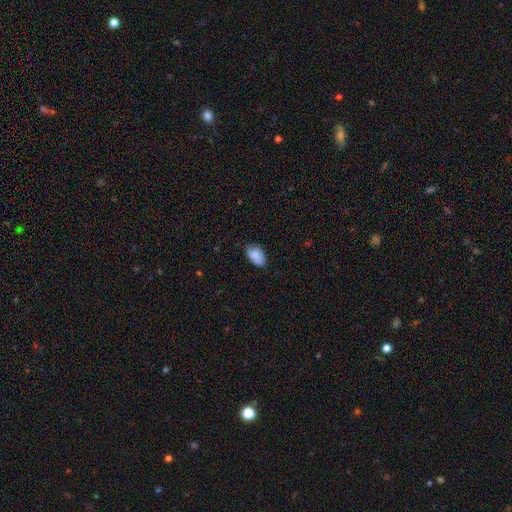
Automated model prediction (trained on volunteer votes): Smooth or featured? Predicted: smooth (p=0.88). How rounded? Predicted: in between (p=0.92). Merging? Predicted: none (p=0.76).